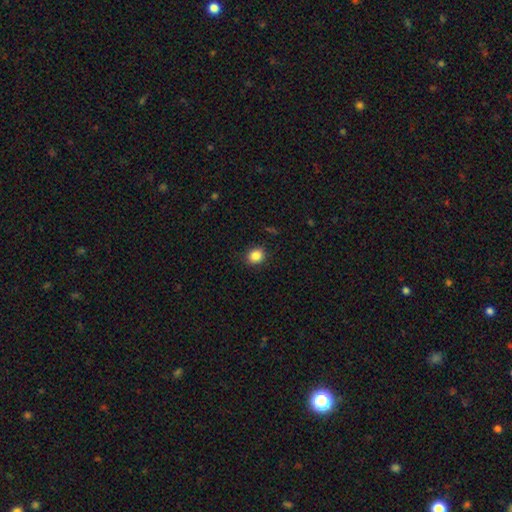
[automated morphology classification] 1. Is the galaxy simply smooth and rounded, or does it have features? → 86% smooth, 10% star or artifact, 4% featured or disk.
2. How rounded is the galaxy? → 74% round, 25% in between, 1% cigar-shaped.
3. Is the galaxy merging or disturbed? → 89% none, 8% minor disturbance, 2% major disturbance, 1% merger.